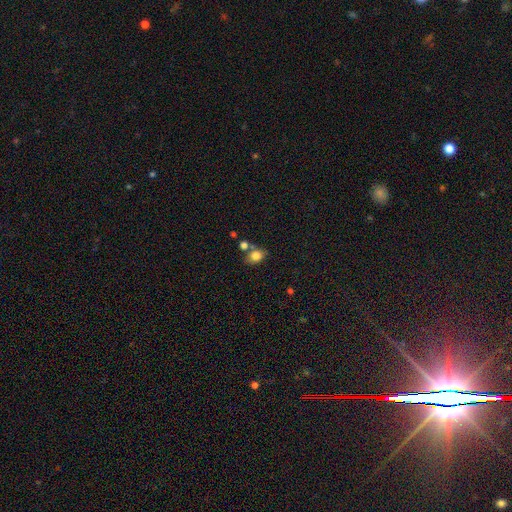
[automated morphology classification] Smooth or featured? smooth (81%)
How rounded? in between (56%)
Merging? none (61%)